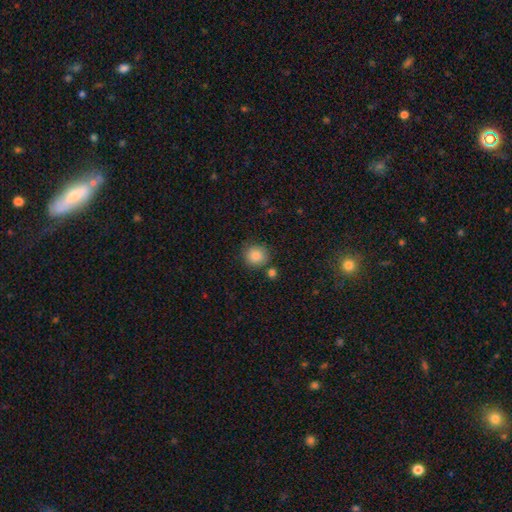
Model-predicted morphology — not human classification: Smooth or featured? Predicted: smooth (p=0.87). How rounded? Predicted: round (p=0.88). Merging? Predicted: none (p=0.77).